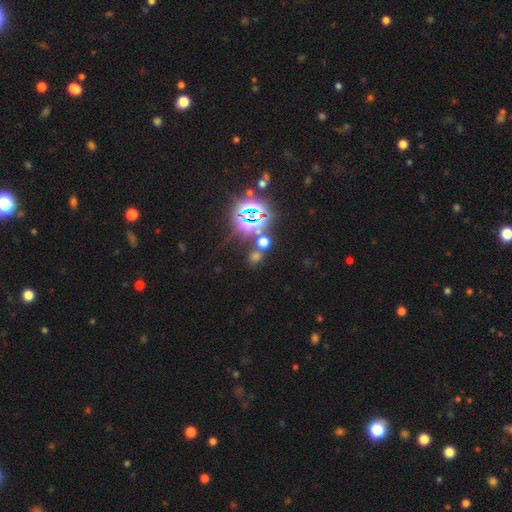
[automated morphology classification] Smooth or featured?
  - star or artifact: 52% *
  - smooth: 41%
  - featured or disk: 8%